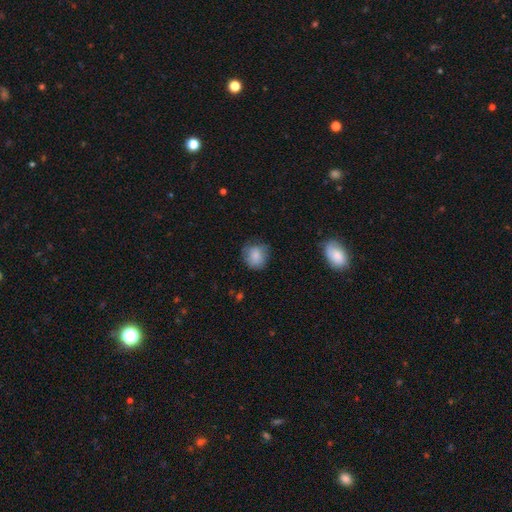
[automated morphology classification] Overall: smooth (82%). How rounded: round (83%). Merging: none (71%).